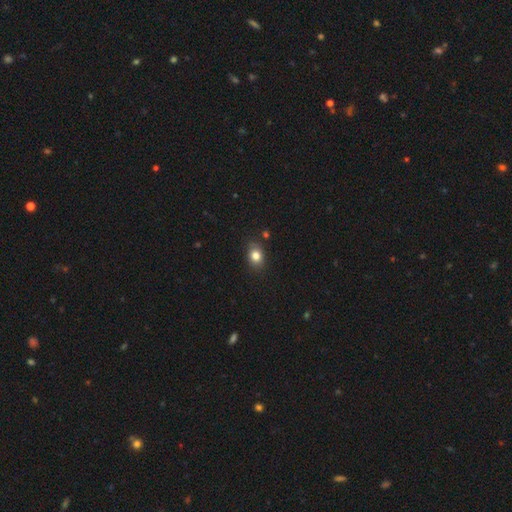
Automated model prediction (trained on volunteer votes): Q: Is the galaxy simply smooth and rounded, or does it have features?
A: smooth — 82%.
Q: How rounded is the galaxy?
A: in between — 62%.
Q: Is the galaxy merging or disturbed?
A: none — 82%.